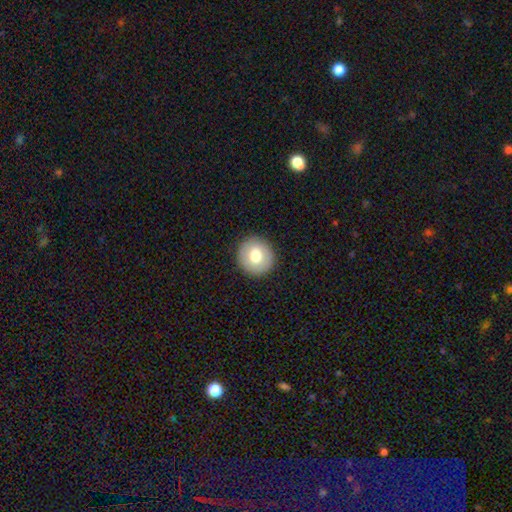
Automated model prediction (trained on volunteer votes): smooth_or_featured: smooth (p=0.74) [alt: featured or disk p=0.19]
how_rounded: round (p=0.92) [alt: in between p=0.07]
merging: none (p=0.91) [alt: minor disturbance p=0.06]